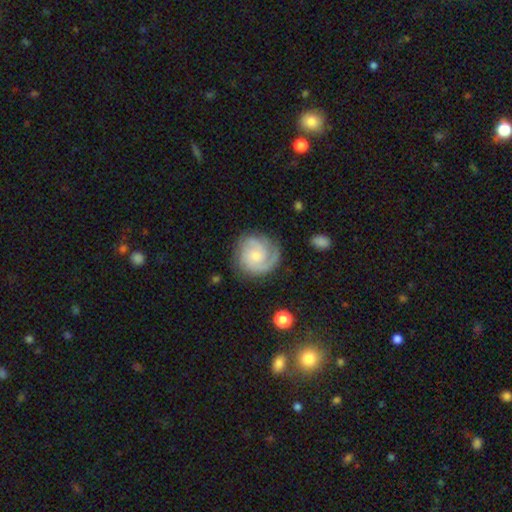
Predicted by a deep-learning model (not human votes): Smooth or featured?
  - featured or disk: 83% *
  - smooth: 12%
  - star or artifact: 5%
Edge-on disk?
  - no: 98% *
  - yes: 2%
Bar?
  - no: 67% *
  - weak: 29%
  - strong: 4%
Spiral arms?
  - yes: 97% *
  - no: 3%
Spiral winding?
  - tight: 59% *
  - medium: 34%
  - loose: 8%
Spiral arm count?
  - 2: 43% *
  - 3: 23%
  - can't tell: 15%
  - 1: 11%
  - 4: 4%
  - more than 4: 4%
Bulge size?
  - small: 54% *
  - moderate: 32%
  - none: 9%
  - large: 4%
  - dominant: 1%
Merging?
  - none: 78% *
  - minor disturbance: 14%
  - major disturbance: 7%
  - merger: 2%